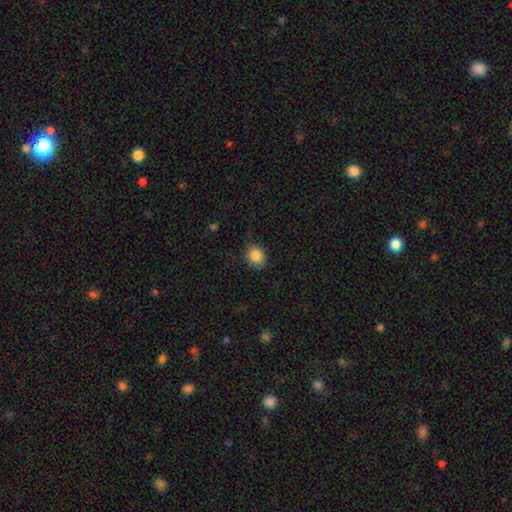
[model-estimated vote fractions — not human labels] Overall: smooth (86%). How rounded: round (61%; in between 38%). Merging: none (79%).